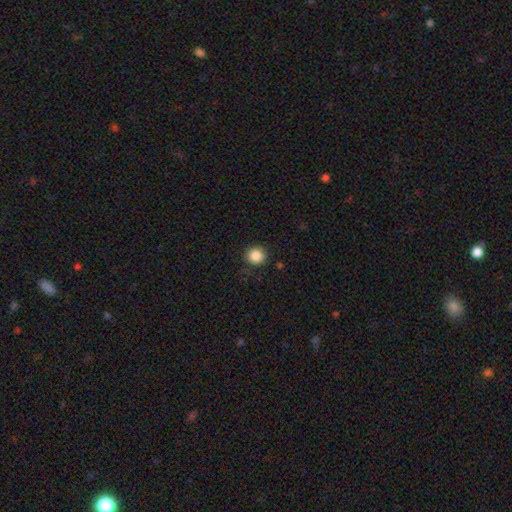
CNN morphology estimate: Overall: smooth (86%). How rounded: round (93%). Merging: none (88%).